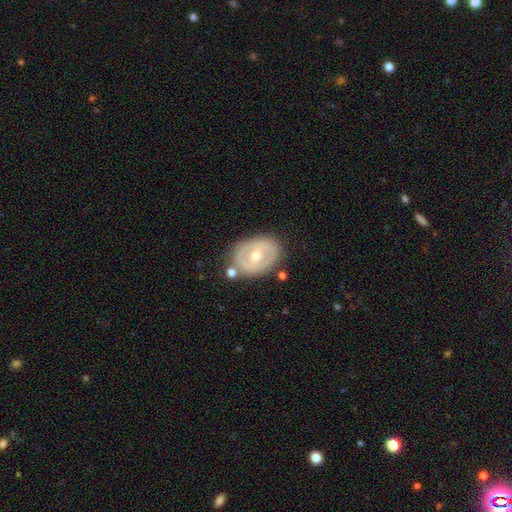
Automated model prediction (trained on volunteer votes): A featured or disk galaxy (61%) with no bar (48%), no spiral arms (70%) and a moderate central bulge (62%).

Vote fractions:
- Smooth or featured? featured or disk: 61% / smooth: 33% / star or artifact: 6%
- Edge-on disk? no: 93% / yes: 7%
- Bar? no: 48% / weak: 35% / strong: 17%
- Spiral arms? no: 70% / yes: 30%
- Bulge size? moderate: 62% / small: 33% / large: 2% / none: 1% / dominant: 1%
- Merging? none: 75% / minor disturbance: 15% / merger: 6% / major disturbance: 5%